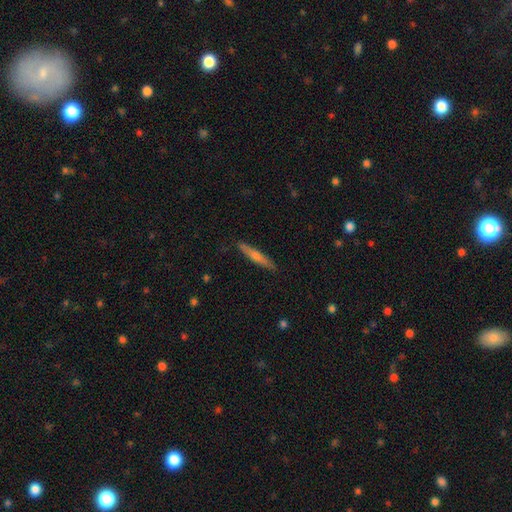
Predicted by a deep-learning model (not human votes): Q: Smooth or featured?
A: featured or disk (53%); runner-up: smooth (38%)
Q: Edge-on disk?
A: yes (94%); runner-up: no (6%)
Q: Edge-on bulge?
A: rounded (68%); runner-up: none (25%)
Q: Merging?
A: none (89%); runner-up: minor disturbance (8%)